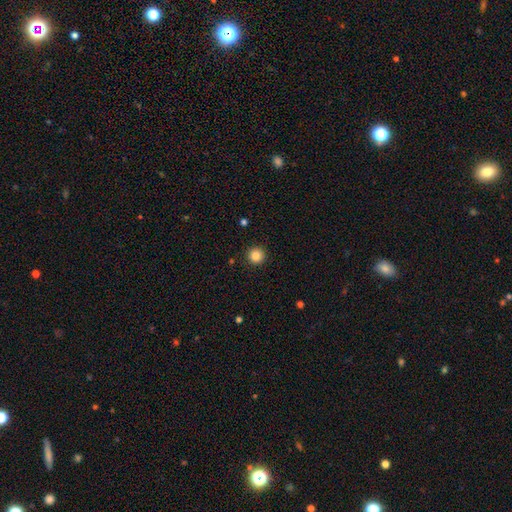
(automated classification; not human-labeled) smooth-or-featured: smooth: 86% | star or artifact: 10% | featured or disk: 4%
  how-rounded: round: 96% | in between: 3% | cigar-shaped: 1%
  merging: none: 92% | minor disturbance: 5% | major disturbance: 2% | merger: 1%